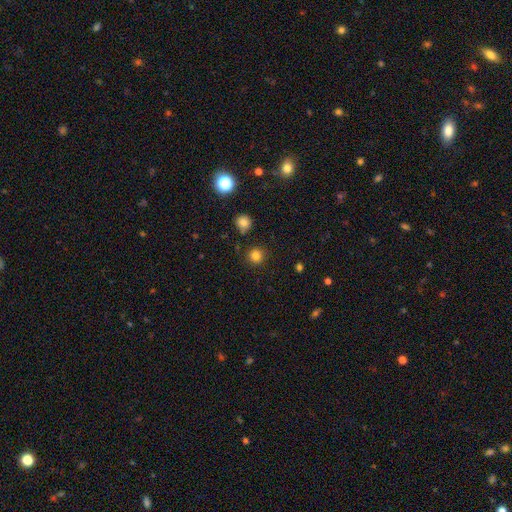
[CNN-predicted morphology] Smooth or featured? Predicted: smooth (p=0.82). How rounded? Predicted: round (p=0.93). Merging? Predicted: none (p=0.88).